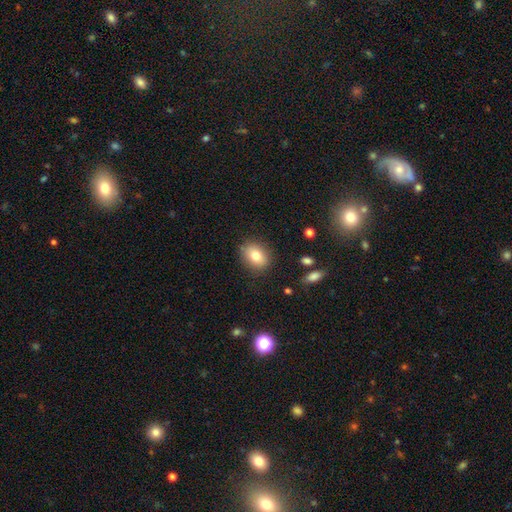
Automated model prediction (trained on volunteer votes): Overall: smooth (79%). How rounded: in between (60%; round 38%). Merging: none (84%).